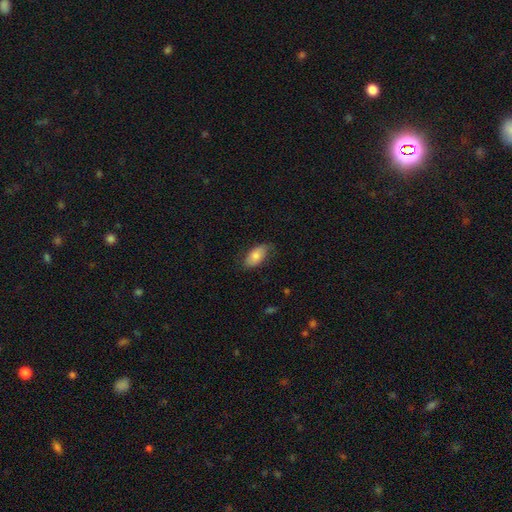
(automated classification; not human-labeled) Smooth or featured?
  - smooth: 79% *
  - featured or disk: 15%
  - star or artifact: 6%
How rounded?
  - in between: 93% *
  - cigar-shaped: 3%
  - round: 3%
Merging?
  - none: 73% *
  - minor disturbance: 21%
  - major disturbance: 5%
  - merger: 1%